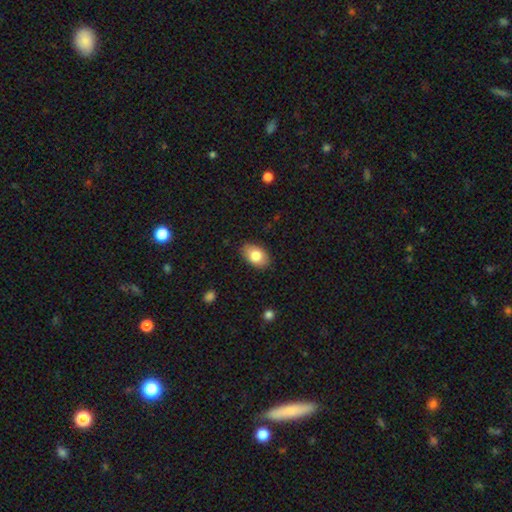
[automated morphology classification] smooth_or_featured: smooth (p=0.82) [alt: featured or disk p=0.11]
how_rounded: in between (p=0.89) [alt: round p=0.10]
merging: none (p=0.85) [alt: minor disturbance p=0.11]